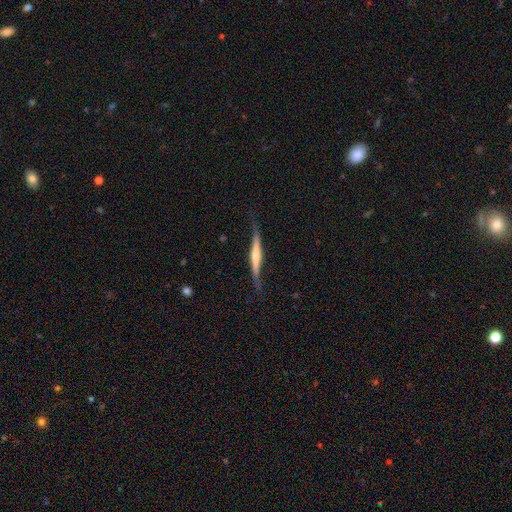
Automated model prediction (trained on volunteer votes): featured or disk 67%, smooth 28%, star or artifact 5%. Down the decision tree: edge-on disk — yes (93%); edge-on bulge — rounded (58%); merging — none (71%).